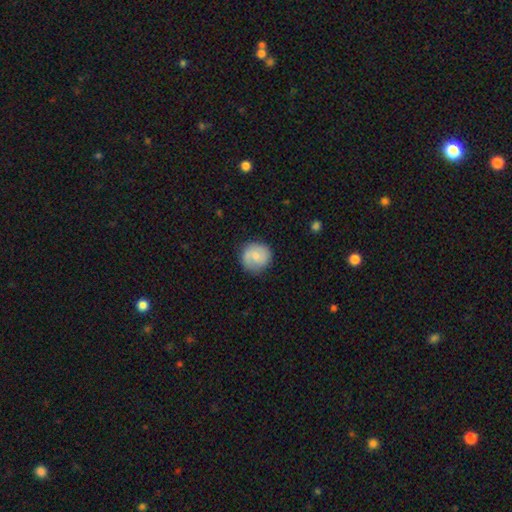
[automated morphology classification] A smooth galaxy with no disk features (63%) that is round (91%). Merging: none (79%).